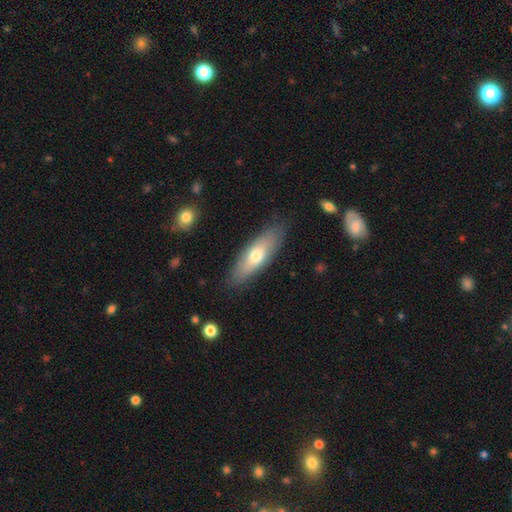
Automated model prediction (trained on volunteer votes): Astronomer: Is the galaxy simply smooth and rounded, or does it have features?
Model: smooth — 62%.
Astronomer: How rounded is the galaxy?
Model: in between — 53% (runner-up: cigar-shaped, 44%).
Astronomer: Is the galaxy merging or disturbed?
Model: none — 85%.